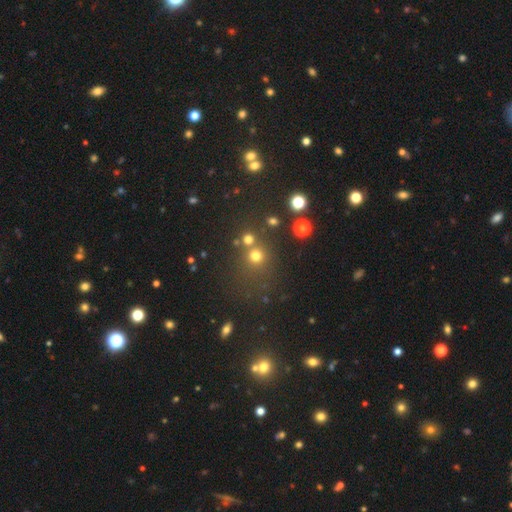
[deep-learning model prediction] Smooth or featured: smooth — 70% (star or artifact — 22%)
How rounded: round — 89% (in between — 10%)
Merging: none — 67% (merger — 20%)